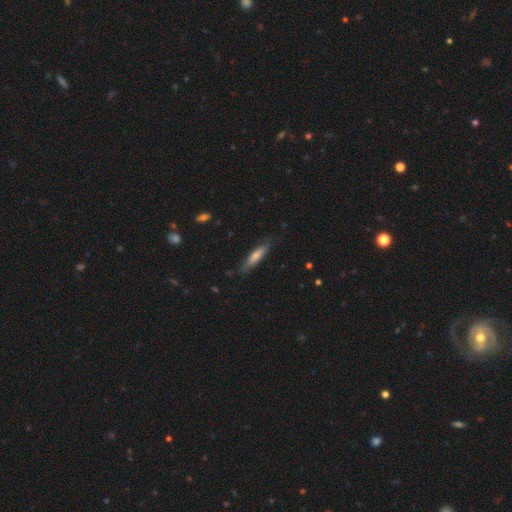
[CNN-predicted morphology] A smooth galaxy with no disk features (57%) that is cigar-shaped (83%). Merging: none (79%).